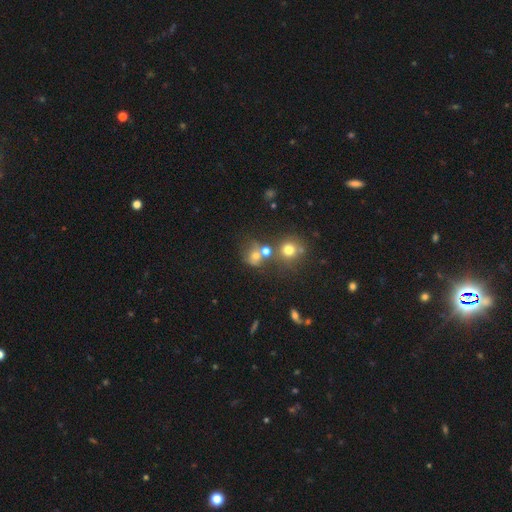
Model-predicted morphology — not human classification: type=smooth (61%); roundness=round (70%); merging=none (42%).